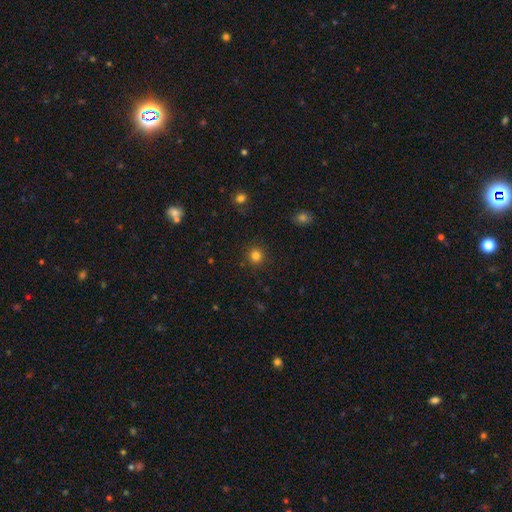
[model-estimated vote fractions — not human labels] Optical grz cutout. It shows a smooth galaxy with no disk features (82%) that is round (93%). Merging: none (90%).